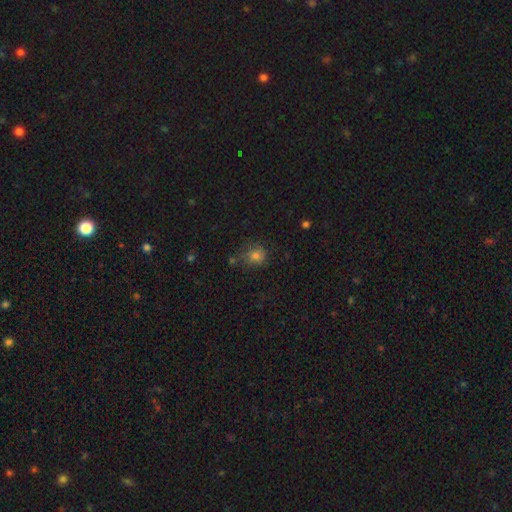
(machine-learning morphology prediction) Smooth or featured?
  - smooth: 76% *
  - star or artifact: 15%
  - featured or disk: 9%
How rounded?
  - round: 81% *
  - in between: 18%
  - cigar-shaped: 1%
Merging?
  - none: 63% *
  - minor disturbance: 21%
  - major disturbance: 8%
  - merger: 8%